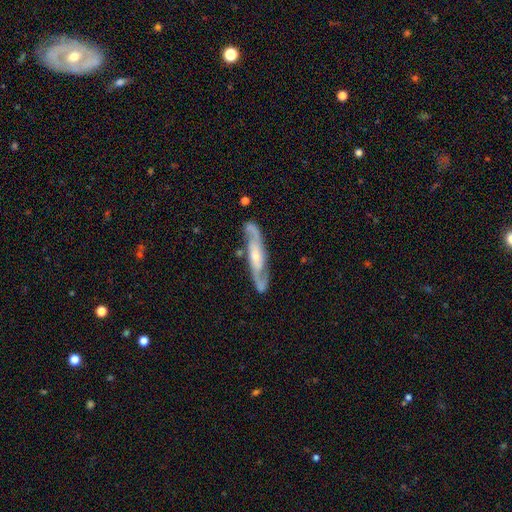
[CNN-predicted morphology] The model was most divided on "bulge size": small: 49%, moderate: 41%, large: 4%, none: 4%, dominant: 1%. Remaining: spiral arms — yes (96%); spiral arm count — 2 (90%); smooth or featured — featured or disk (85%); merging — none (81%); edge-on disk — no (78%); spiral winding — medium (51%); bar — no (46%).